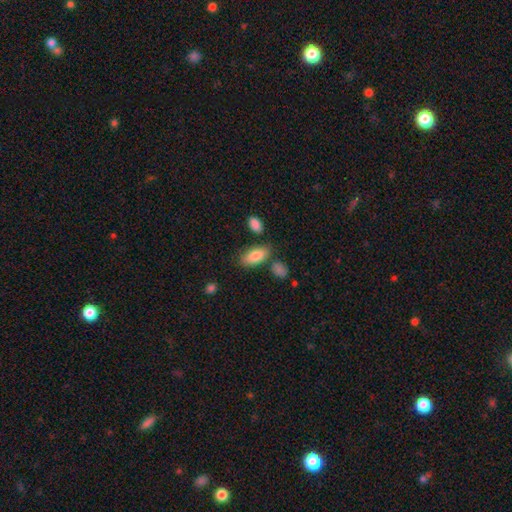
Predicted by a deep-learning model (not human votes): This is clearly a smooth galaxy (83%). How rounded: clearly in between (89%). Merging: likely none (73%).